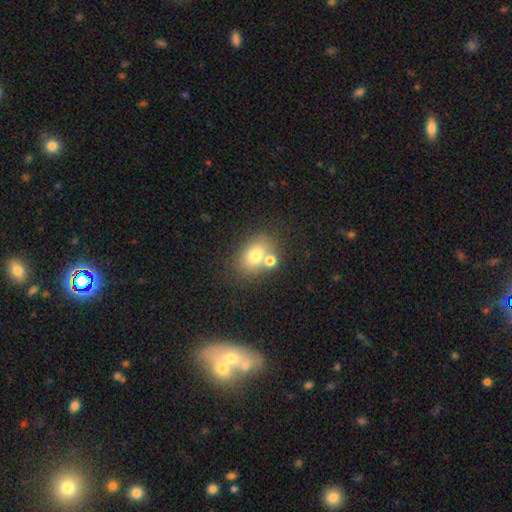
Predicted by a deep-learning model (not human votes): smooth_or_featured: smooth (p=0.74) [alt: featured or disk p=0.14]
how_rounded: in between (p=0.68) [alt: round p=0.31]
merging: none (p=0.57) [alt: merger p=0.27]